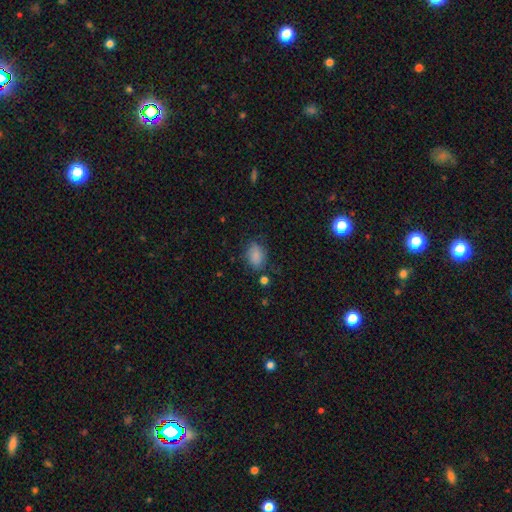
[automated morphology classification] Q: Smooth or featured?
A: smooth (83%); runner-up: star or artifact (10%)
Q: How rounded?
A: in between (77%); runner-up: round (21%)
Q: Merging?
A: none (64%); runner-up: minor disturbance (24%)